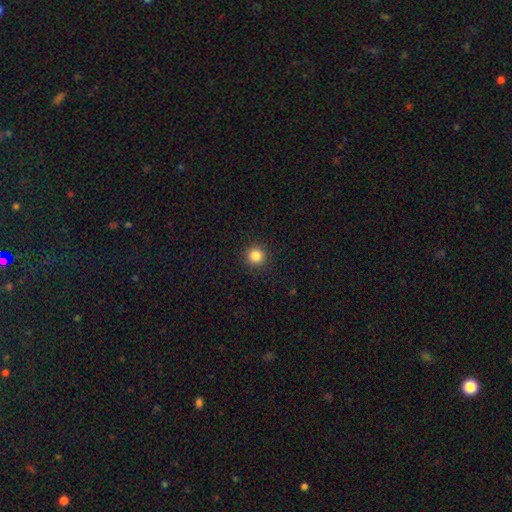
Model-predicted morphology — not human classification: smooth 85%, star or artifact 11%, featured or disk 4%. Down the decision tree: how rounded — round (94%); merging — none (92%).